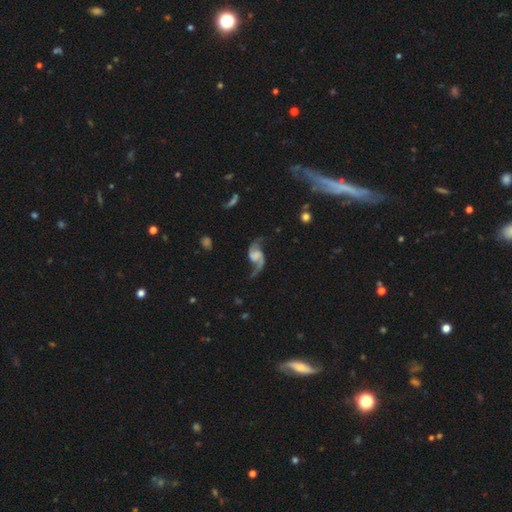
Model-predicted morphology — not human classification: smooth_or_featured: featured or disk (p=0.89) [alt: smooth p=0.06]
disk_edge_on: no (p=0.97) [alt: yes p=0.03]
bar: no (p=0.43) [alt: weak p=0.41]
has_spiral_arms: yes (p=0.97) [alt: no p=0.03]
spiral_winding: loose (p=0.78) [alt: medium p=0.19]
spiral_arm_count: 2 (p=0.92) [alt: 1 p=0.04]
bulge_size: none (p=0.53) [alt: small p=0.17]
merging: none (p=0.69) [alt: minor disturbance p=0.16]